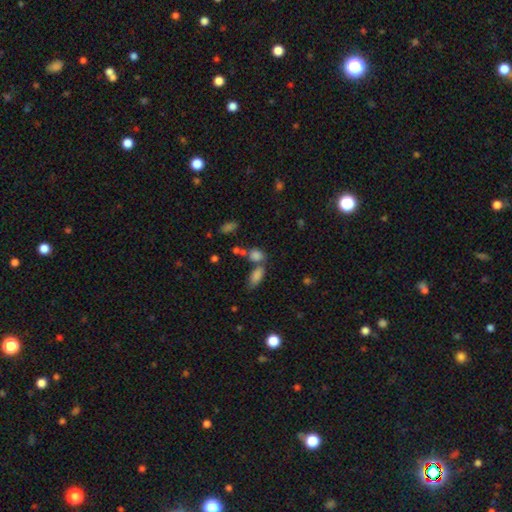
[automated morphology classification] Smooth or featured?
  - smooth: 79% *
  - star or artifact: 13%
  - featured or disk: 8%
How rounded?
  - in between: 75% *
  - round: 19%
  - cigar-shaped: 5%
Merging?
  - none: 46% *
  - merger: 35%
  - minor disturbance: 12%
  - major disturbance: 6%